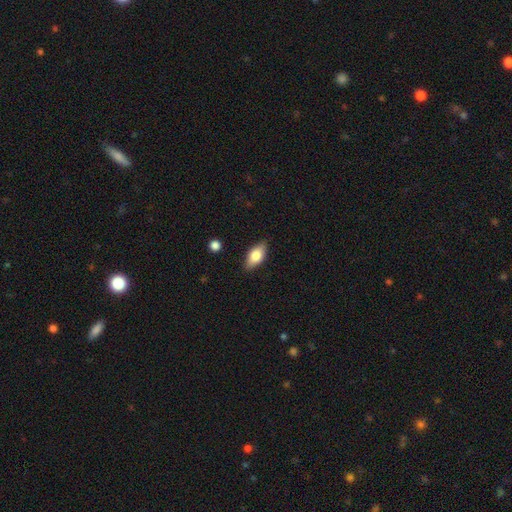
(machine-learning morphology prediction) smooth 74%, featured or disk 19%, star or artifact 7%. Down the decision tree: how rounded — in between (87%); merging — none (84%).